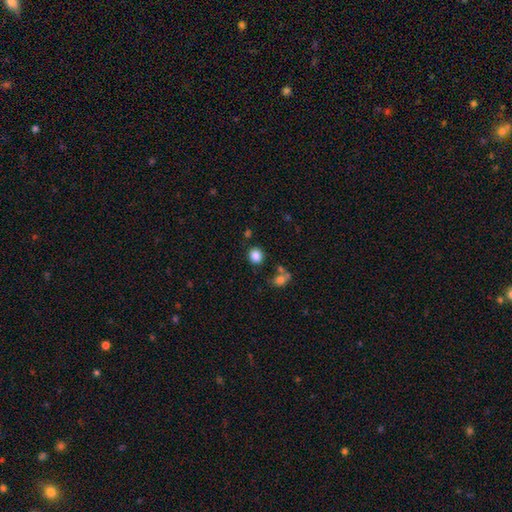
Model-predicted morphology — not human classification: smooth-or-featured: smooth: 85% | star or artifact: 11% | featured or disk: 4%
  how-rounded: round: 81% | in between: 18% | cigar-shaped: 1%
  merging: none: 83% | minor disturbance: 9% | merger: 5% | major disturbance: 3%